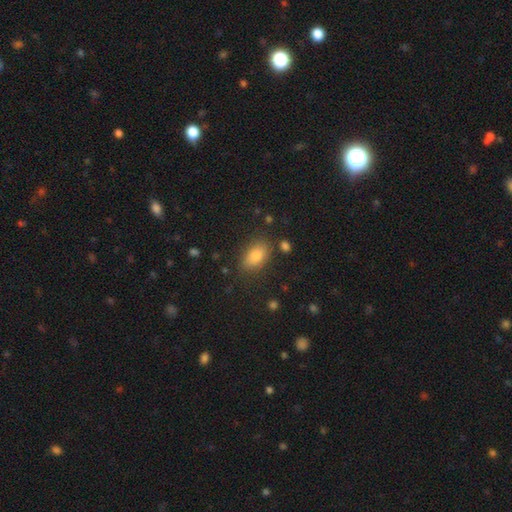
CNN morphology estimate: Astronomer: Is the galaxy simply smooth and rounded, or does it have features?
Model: smooth — 82%.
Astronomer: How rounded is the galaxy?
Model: in between — 87%.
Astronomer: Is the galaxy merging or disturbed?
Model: none — 81%.